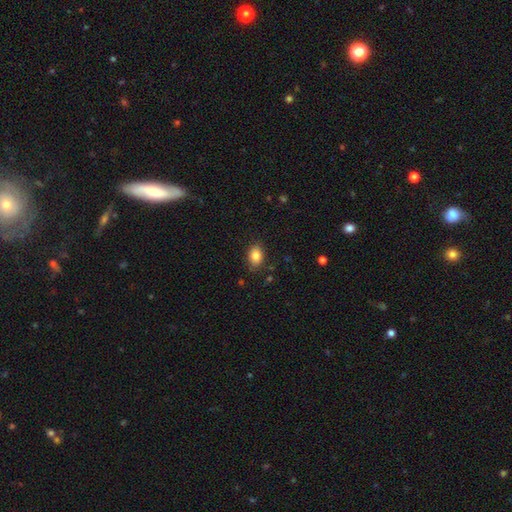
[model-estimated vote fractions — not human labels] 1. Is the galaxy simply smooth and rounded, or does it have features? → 84% smooth, 9% star or artifact, 7% featured or disk.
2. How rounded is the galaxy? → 79% in between, 20% round, 1% cigar-shaped.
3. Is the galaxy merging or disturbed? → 83% none, 13% minor disturbance, 3% major disturbance, 1% merger.